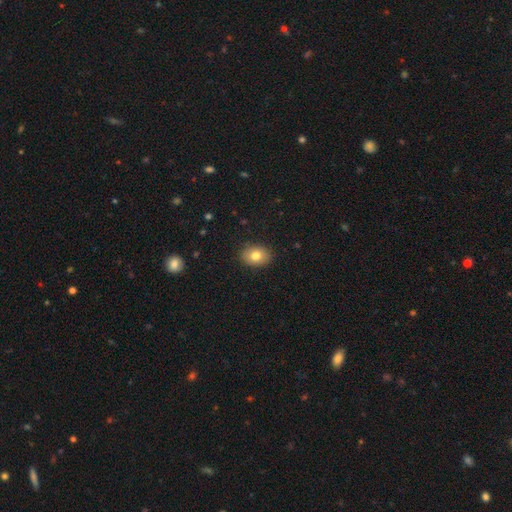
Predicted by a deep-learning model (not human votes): This appears to be a smooth galaxy with no disk features (80%) that is in between round and cigar-shaped (67%). Merging: none (89%).